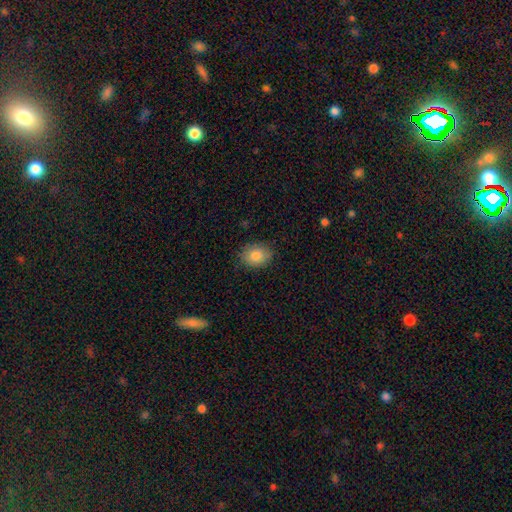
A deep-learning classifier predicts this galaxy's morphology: smooth-or-featured: smooth: 84% | star or artifact: 8% | featured or disk: 8%
  how-rounded: in between: 57% | round: 42% | cigar-shaped: 1%
  merging: none: 86% | minor disturbance: 11% | major disturbance: 2% | merger: 1%